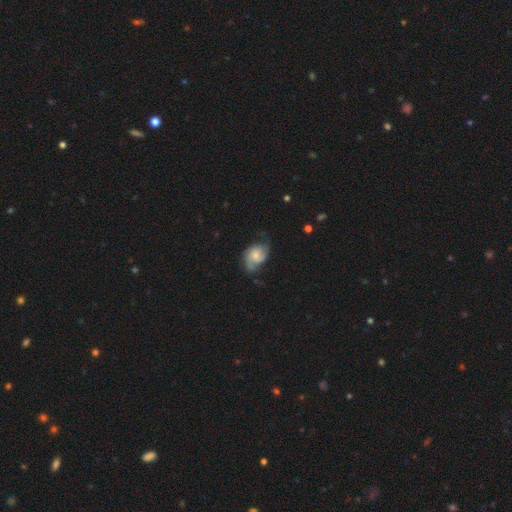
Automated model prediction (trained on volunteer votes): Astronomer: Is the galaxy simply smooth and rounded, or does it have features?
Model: featured or disk — 64%.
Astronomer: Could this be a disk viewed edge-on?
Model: no — 97%.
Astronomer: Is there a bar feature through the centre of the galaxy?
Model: no — 70%.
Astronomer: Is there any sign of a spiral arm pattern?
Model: yes — 89%.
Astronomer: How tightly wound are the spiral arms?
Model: medium — 42% (runner-up: loose, 32%).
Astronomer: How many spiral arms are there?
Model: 2 — 73%.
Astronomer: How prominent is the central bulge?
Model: small — 52% (runner-up: moderate, 36%).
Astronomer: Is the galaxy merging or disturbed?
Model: none — 53% (runner-up: minor disturbance, 28%).